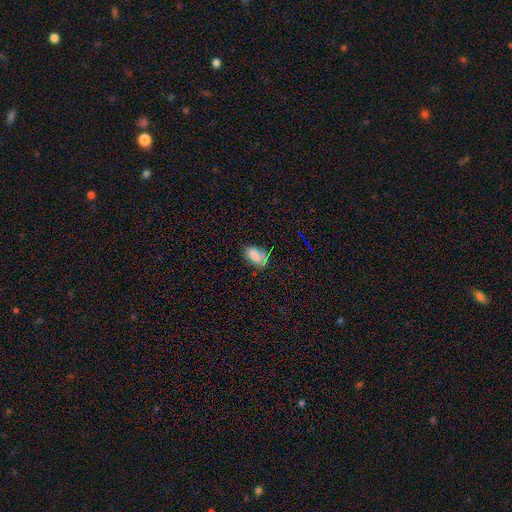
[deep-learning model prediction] Smooth or featured? smooth (76%)
How rounded? in between (90%)
Merging? none (63%)